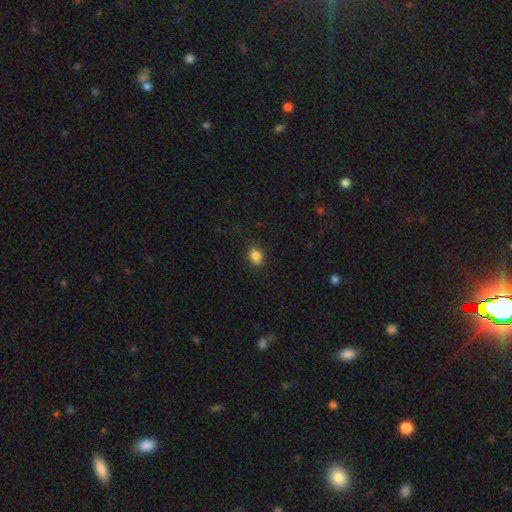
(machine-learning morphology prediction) Smooth or featured? Predicted: smooth (p=0.83). How rounded? Predicted: in between (p=0.55). Merging? Predicted: none (p=0.79).